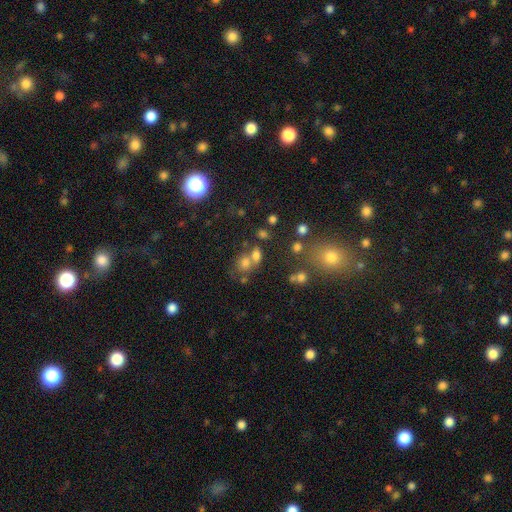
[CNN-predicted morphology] Smooth or featured? Predicted: smooth (p=0.67). How rounded? Predicted: in between (p=0.56). Merging? Predicted: none (p=0.43).